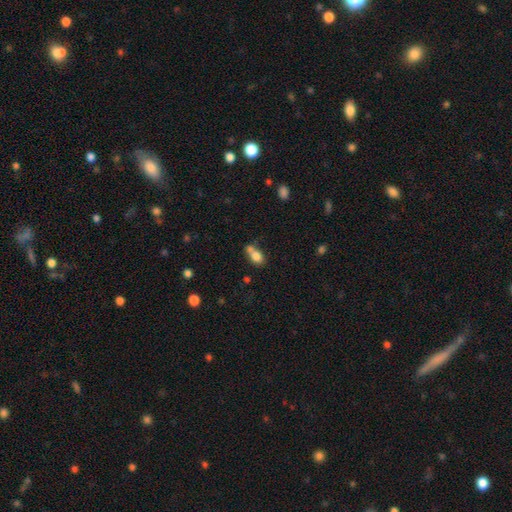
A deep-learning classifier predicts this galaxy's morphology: A smooth galaxy with no disk features (79%) that is in between round and cigar-shaped (79%). Merging: merger (45%).